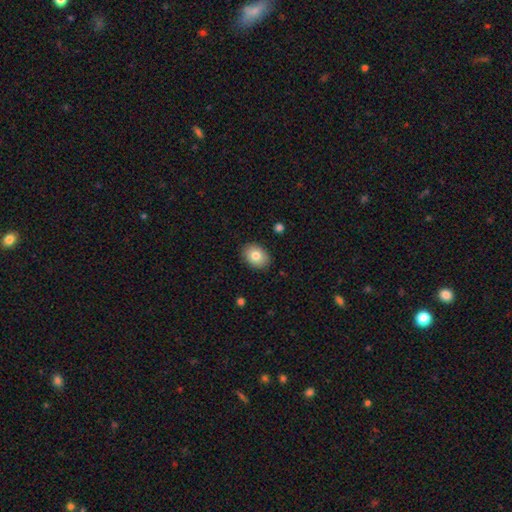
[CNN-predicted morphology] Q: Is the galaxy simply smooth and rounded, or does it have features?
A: smooth — 82%.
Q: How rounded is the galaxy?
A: in between — 70%.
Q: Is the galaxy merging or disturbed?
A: none — 89%.